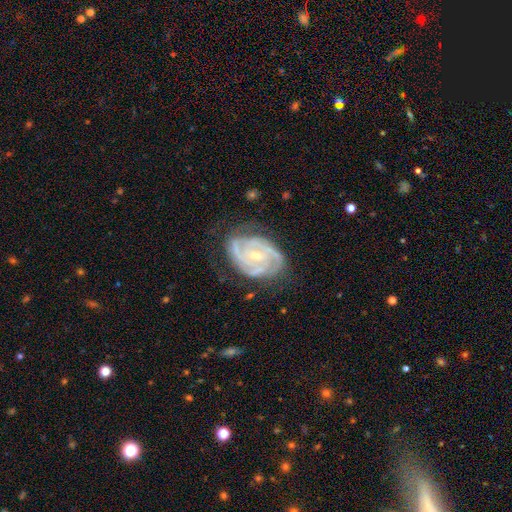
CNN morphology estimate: This appears to be a featured or disk galaxy (90%) with no bar (64%), 3 (38%) tight (67%) spiral arms (97%) and a small central bulge (58%). Merging: none (70%).